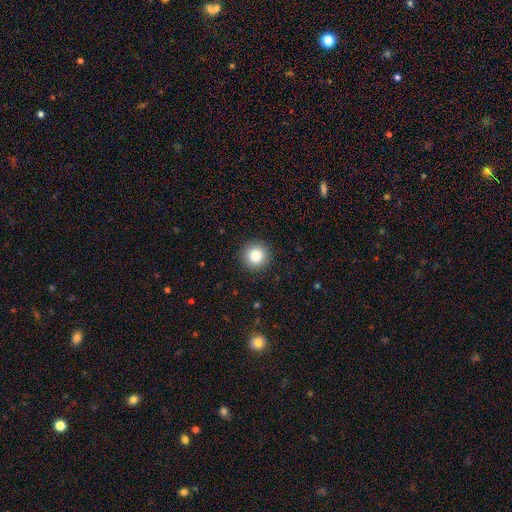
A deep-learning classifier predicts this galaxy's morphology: smooth 86%, star or artifact 10%, featured or disk 5%. Down the decision tree: how rounded — round (95%); merging — none (91%).